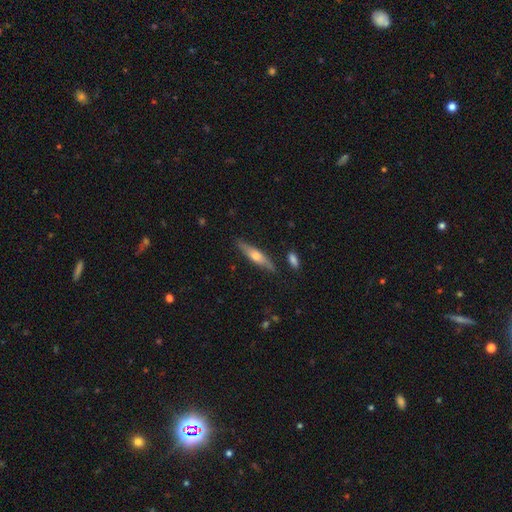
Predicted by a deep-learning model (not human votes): smooth-or-featured: featured or disk: 55% | smooth: 39% | star or artifact: 6%
  disk-edge-on: yes: 93% | no: 7%
    edge-on-bulge: rounded: 84% | boxy: 9% | none: 6%
  merging: none: 83% | minor disturbance: 12% | merger: 3% | major disturbance: 2%